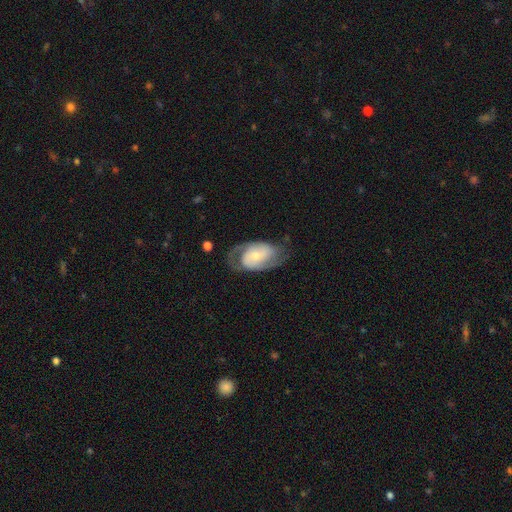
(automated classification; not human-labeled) A featured or disk galaxy (75%) with no bar (56%), 2 (80%) medium (46%) spiral arms (91%) and a small central bulge (52%). Merging: none (63%).